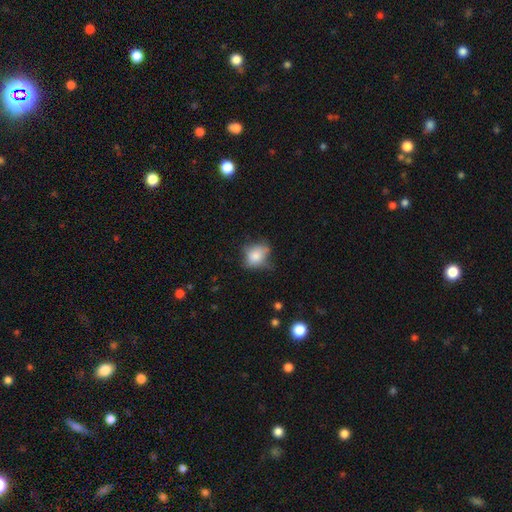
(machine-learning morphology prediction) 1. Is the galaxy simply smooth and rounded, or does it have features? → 77% smooth, 14% featured or disk, 9% star or artifact.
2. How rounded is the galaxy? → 53% in between, 45% round, 2% cigar-shaped.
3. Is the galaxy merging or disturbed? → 50% none, 34% minor disturbance, 13% major disturbance, 3% merger.